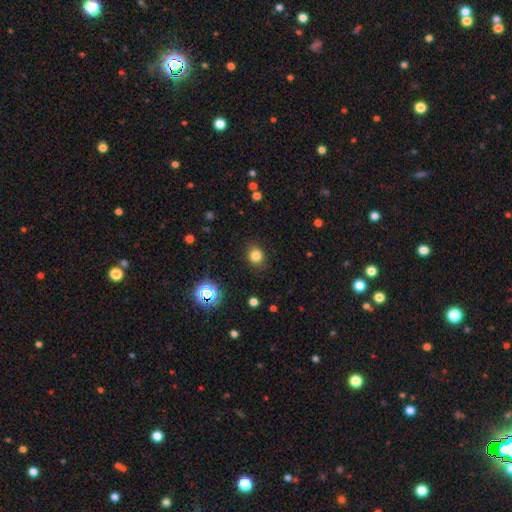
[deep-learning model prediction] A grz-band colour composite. It shows a smooth galaxy with no disk features (79%) that is round (73%). Merging: none (85%).